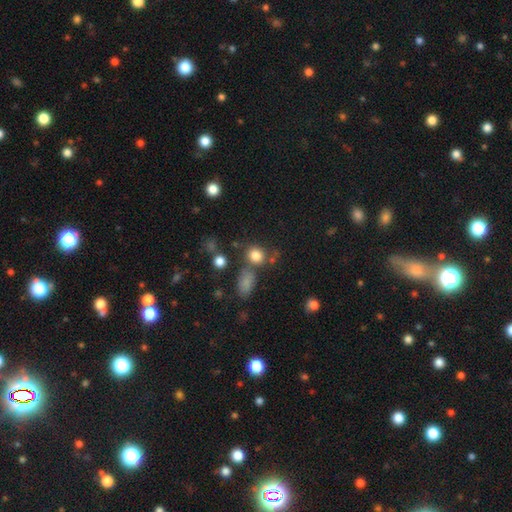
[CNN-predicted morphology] This appears to be a smooth galaxy with no disk features (82%) that is round (76%). Merging: none (63%).